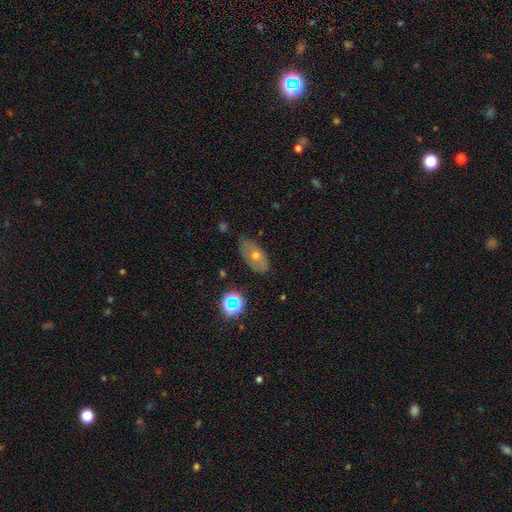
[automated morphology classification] Q: Smooth or featured?
A: smooth (49%); runner-up: featured or disk (37%)
Q: Merging?
A: none (72%); runner-up: minor disturbance (21%)